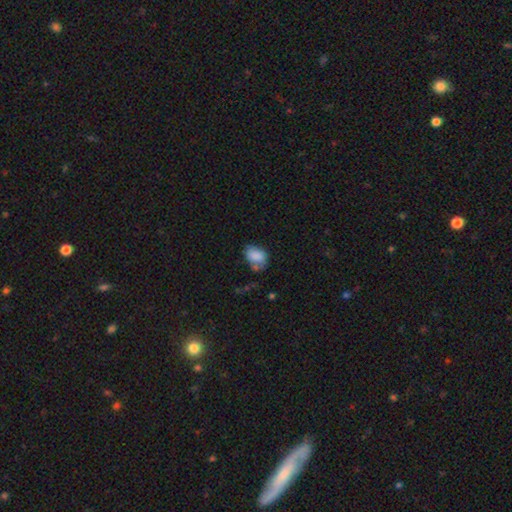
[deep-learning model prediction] smooth_or_featured: smooth (p=0.83) [alt: star or artifact p=0.09]
how_rounded: in between (p=0.77) [alt: round p=0.21]
merging: none (p=0.49) [alt: minor disturbance p=0.28]